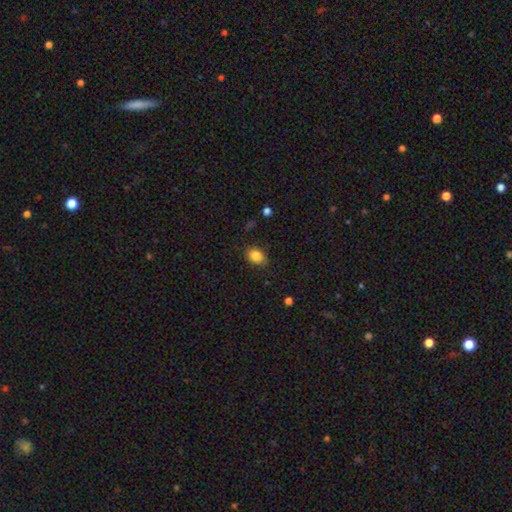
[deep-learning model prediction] This appears to be a smooth galaxy with no disk features (84%) that is in between round and cigar-shaped (70%). Merging: none (76%).